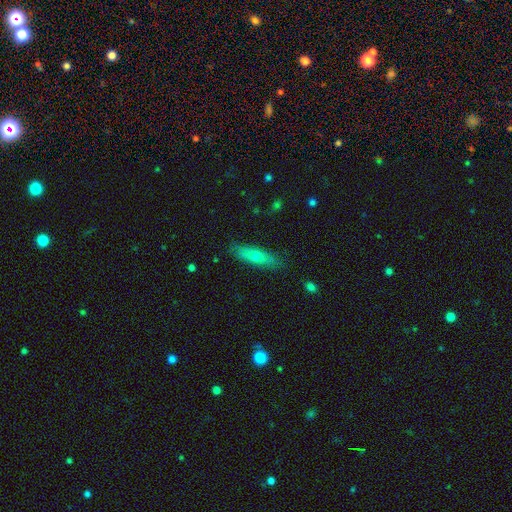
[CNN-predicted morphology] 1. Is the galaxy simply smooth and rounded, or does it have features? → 58% smooth, 35% featured or disk, 7% star or artifact.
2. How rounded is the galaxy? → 65% cigar-shaped, 32% in between, 3% round.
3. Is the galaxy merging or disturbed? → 85% none, 11% minor disturbance, 2% major disturbance, 1% merger.